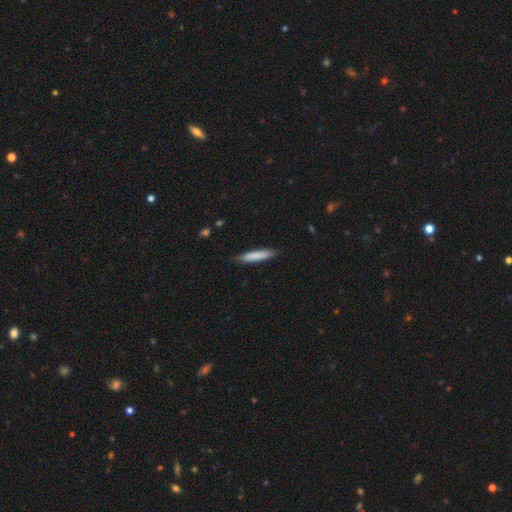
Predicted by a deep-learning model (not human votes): smooth_or_featured: smooth (p=0.81) [alt: featured or disk p=0.13]
how_rounded: cigar-shaped (p=0.89) [alt: in between p=0.10]
merging: none (p=0.85) [alt: minor disturbance p=0.12]